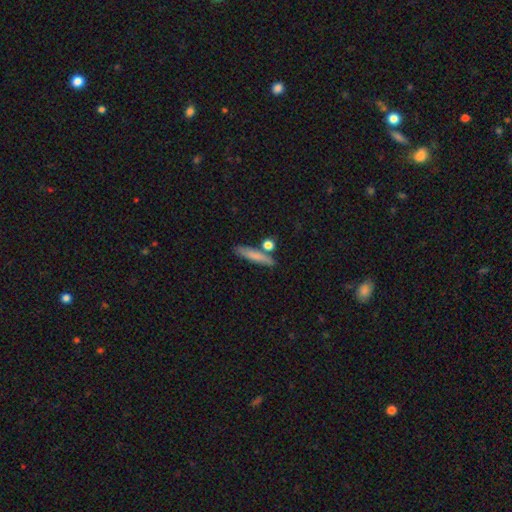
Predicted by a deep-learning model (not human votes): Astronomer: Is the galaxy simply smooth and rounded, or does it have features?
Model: smooth — 76%.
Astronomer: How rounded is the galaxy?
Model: cigar-shaped — 81%.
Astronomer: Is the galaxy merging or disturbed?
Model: none — 75%.